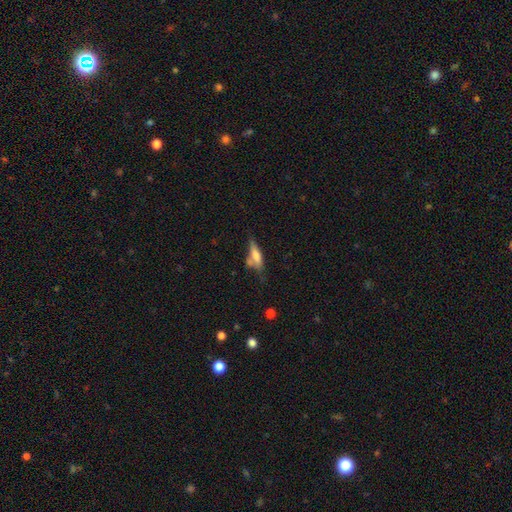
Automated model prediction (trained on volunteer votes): smooth 58%, featured or disk 35%, star or artifact 8%. Down the decision tree: how rounded — cigar-shaped (60%); merging — none (47%).